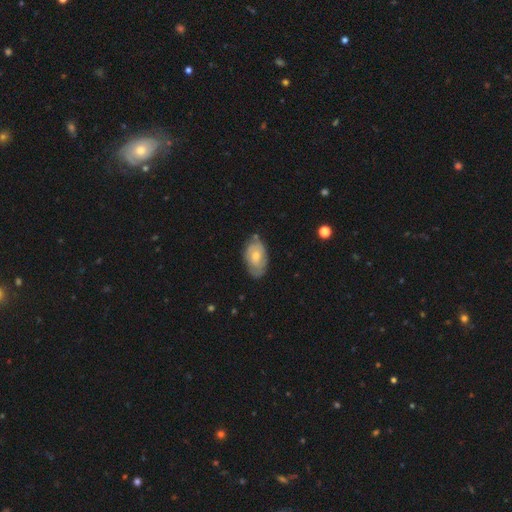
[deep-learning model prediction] featured or disk 52%, smooth 43%, star or artifact 6%. Down the decision tree: edge-on disk — no (93%); merging — none (67%).